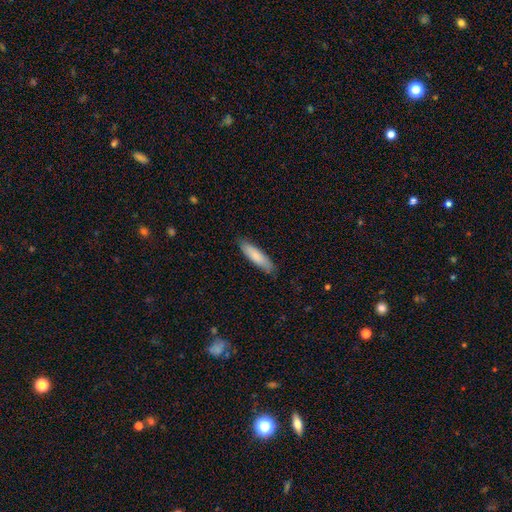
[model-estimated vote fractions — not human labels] Morphology: type=smooth (81%); roundness=cigar-shaped (70%); merging=none (86%).